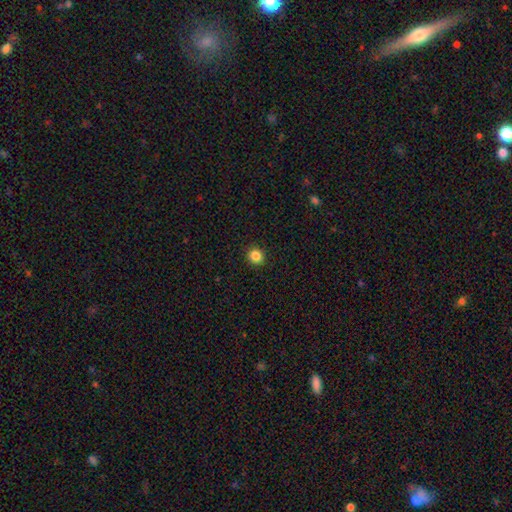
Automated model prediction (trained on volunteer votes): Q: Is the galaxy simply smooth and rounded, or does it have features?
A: smooth — 85%.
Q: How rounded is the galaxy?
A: round — 90%.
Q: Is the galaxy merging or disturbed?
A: none — 93%.